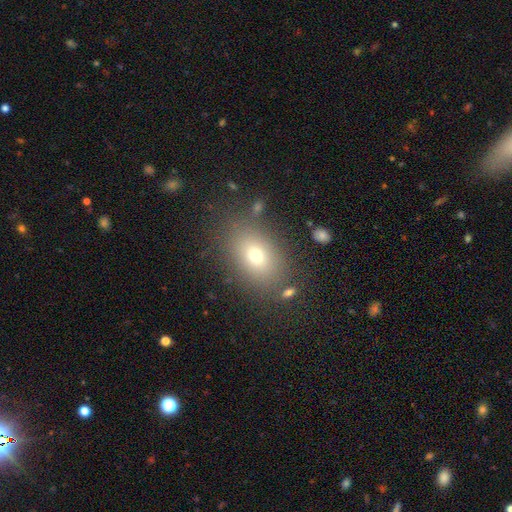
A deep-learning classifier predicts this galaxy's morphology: Smooth or featured? Predicted: smooth (p=0.71). How rounded? Predicted: in between (p=0.77). Merging? Predicted: none (p=0.81).